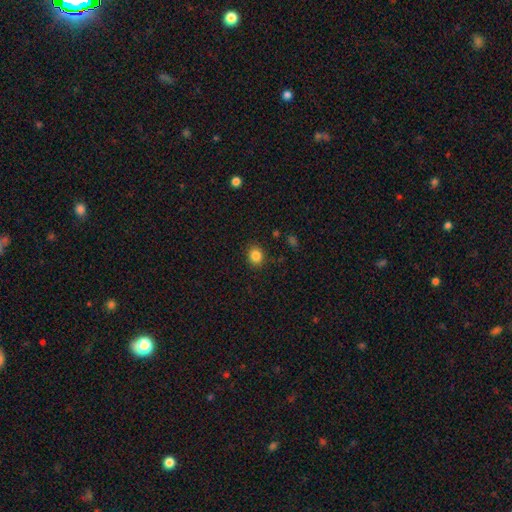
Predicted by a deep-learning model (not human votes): smooth_or_featured: smooth (p=0.85) [alt: star or artifact p=0.11]
how_rounded: round (p=0.66) [alt: in between p=0.33]
merging: none (p=0.88) [alt: minor disturbance p=0.08]